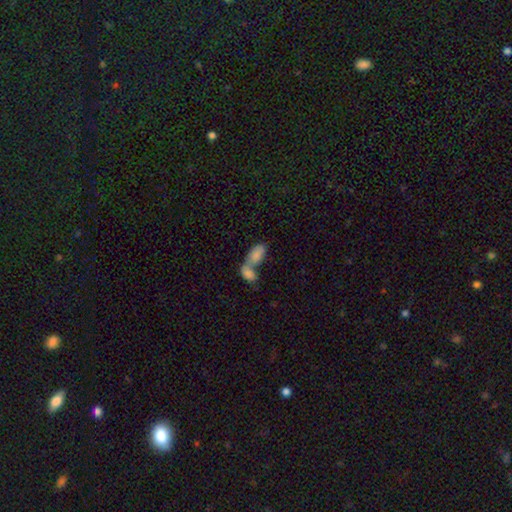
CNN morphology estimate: This is likely a smooth galaxy (79%). How rounded: clearly in between (91%). Merging: likely merger (77%).